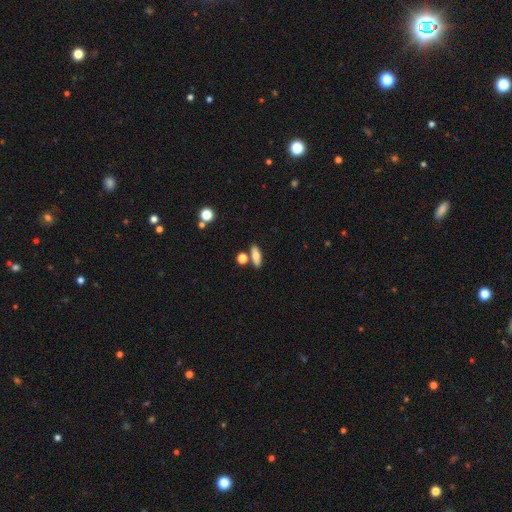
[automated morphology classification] This appears to be a smooth galaxy with no disk features (70%) that is in between round and cigar-shaped (65%). Merging: none (75%).